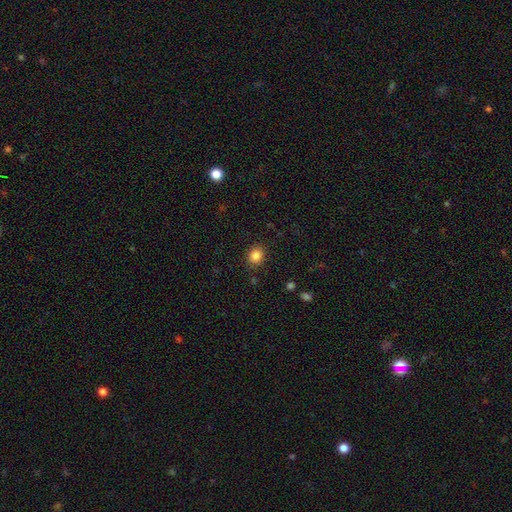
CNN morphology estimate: Smooth or featured? smooth (85%)
How rounded? round (67%)
Merging? none (87%)